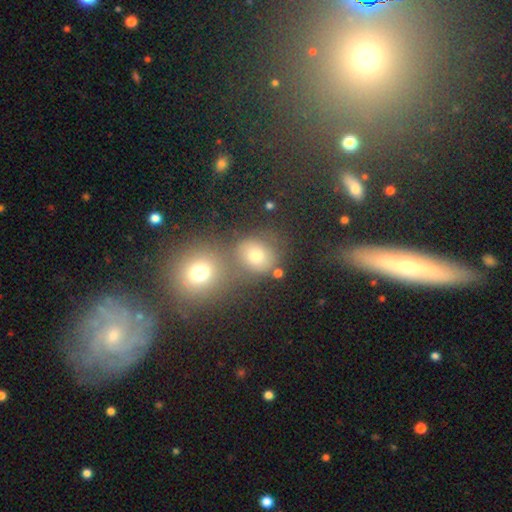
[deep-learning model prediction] A smooth galaxy with no disk features (68%) that is round (75%). Merging: none (56%).